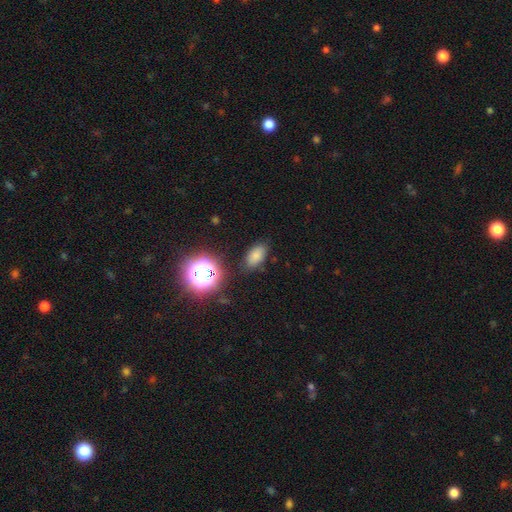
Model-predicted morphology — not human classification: type=smooth (73%); roundness=in between (88%); merging=none (80%).